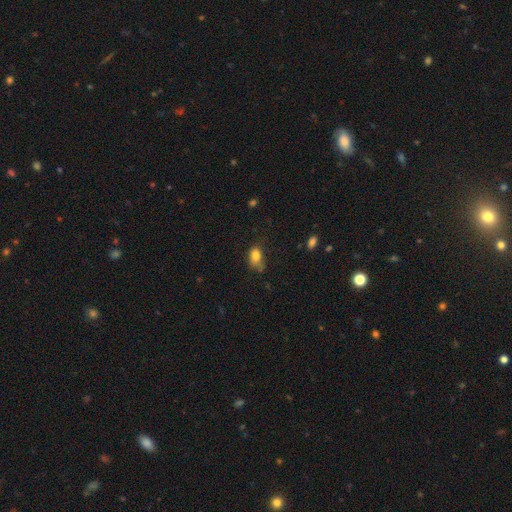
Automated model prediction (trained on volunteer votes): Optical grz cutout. It shows a smooth galaxy with no disk features (81%) that is in between round and cigar-shaped (81%). Merging: none (45%).